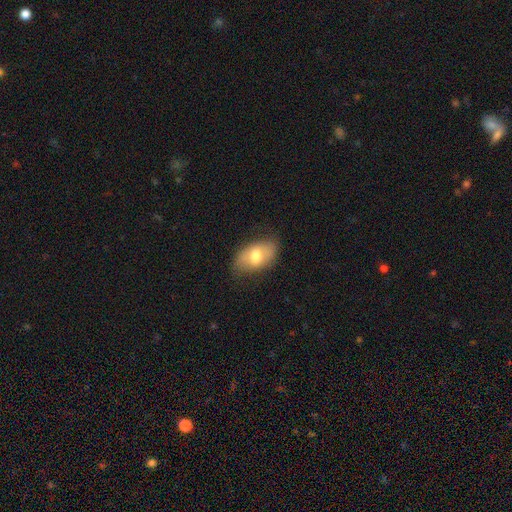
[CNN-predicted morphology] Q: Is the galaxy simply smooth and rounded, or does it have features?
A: smooth — 64%.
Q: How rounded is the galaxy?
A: in between — 90%.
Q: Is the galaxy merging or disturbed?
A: none — 75%.